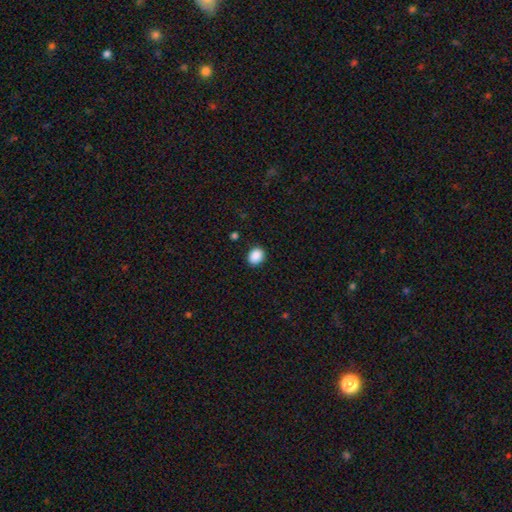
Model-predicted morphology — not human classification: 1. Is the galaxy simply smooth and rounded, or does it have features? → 89% smooth, 8% star or artifact, 3% featured or disk.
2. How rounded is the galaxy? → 54% round, 45% in between, 1% cigar-shaped.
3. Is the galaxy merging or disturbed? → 89% none, 8% minor disturbance, 2% major disturbance, 1% merger.